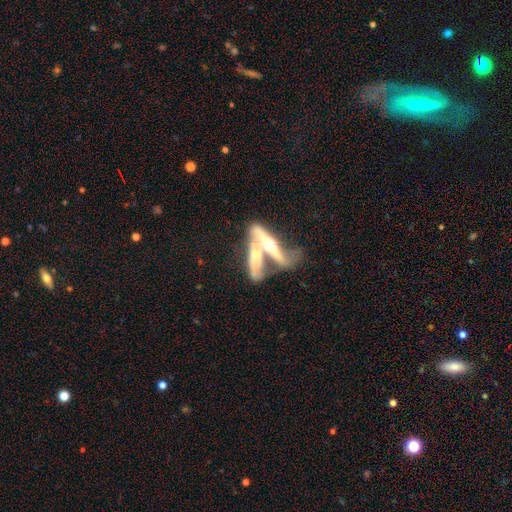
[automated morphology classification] featured or disk 67%, smooth 26%, star or artifact 7%. Down the decision tree: edge-on disk — yes (53%); merging — merger (70%).